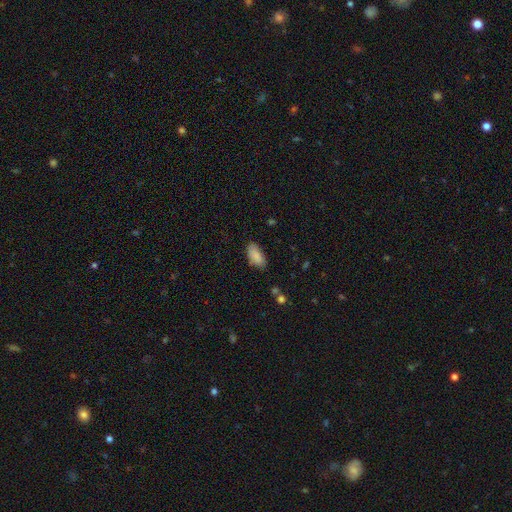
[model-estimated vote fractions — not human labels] This appears to be a smooth galaxy with no disk features (87%) that is in between round and cigar-shaped (89%). Merging: none (73%).